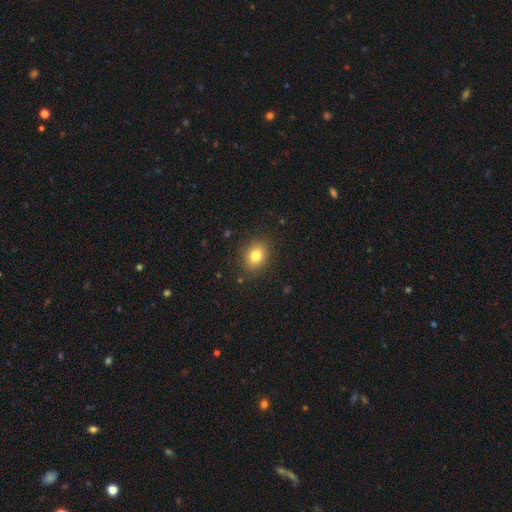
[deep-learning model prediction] smooth 80%, star or artifact 10%, featured or disk 10%. Down the decision tree: how rounded — in between (61%); merging — none (86%).